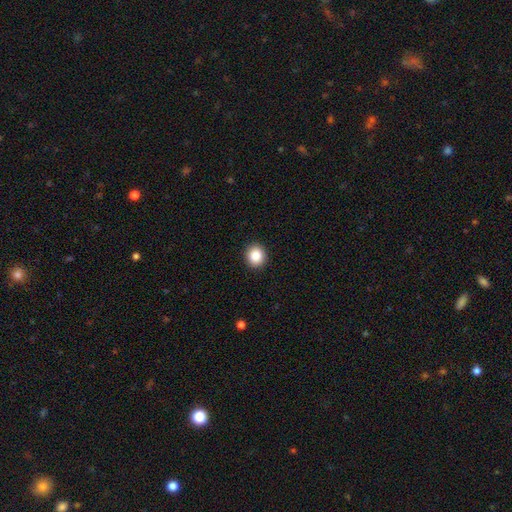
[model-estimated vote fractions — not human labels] smooth_or_featured: smooth (p=0.87) [alt: star or artifact p=0.09]
how_rounded: round (p=0.86) [alt: in between p=0.14]
merging: none (p=0.93) [alt: minor disturbance p=0.05]